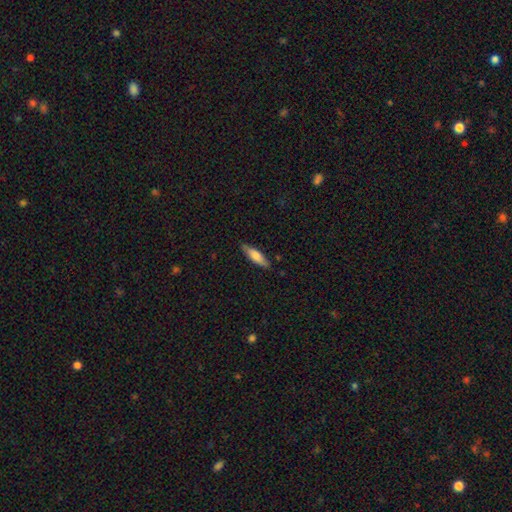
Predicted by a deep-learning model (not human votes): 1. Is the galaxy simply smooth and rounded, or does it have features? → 72% smooth, 22% featured or disk, 6% star or artifact.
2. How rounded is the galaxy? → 62% cigar-shaped, 36% in between, 2% round.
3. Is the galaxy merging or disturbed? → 83% none, 13% minor disturbance, 2% major disturbance, 2% merger.